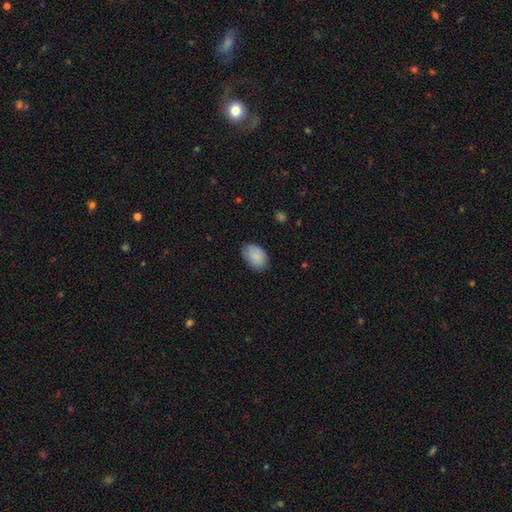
Smooth or featured? smooth (78%)
How rounded? in between (90%)
Merging? none (70%)